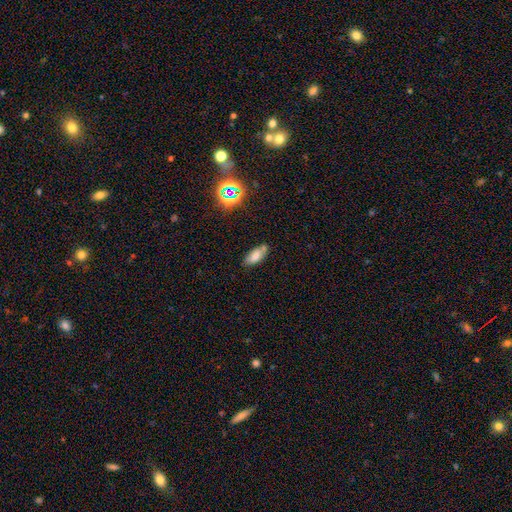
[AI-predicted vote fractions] Smooth or featured?
  - smooth: 74% *
  - featured or disk: 13%
  - star or artifact: 13%
How rounded?
  - in between: 83% *
  - cigar-shaped: 14%
  - round: 3%
Merging?
  - none: 61% *
  - minor disturbance: 21%
  - merger: 13%
  - major disturbance: 5%